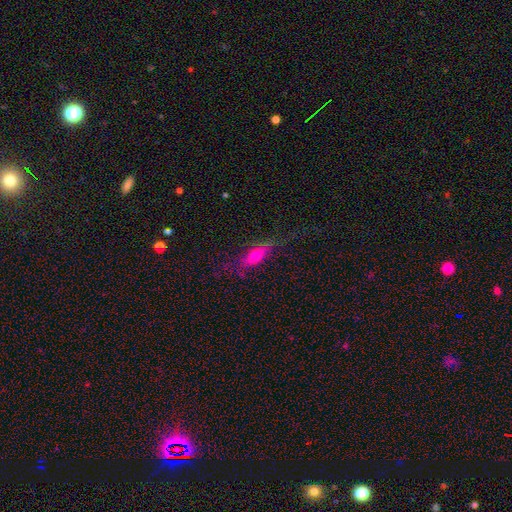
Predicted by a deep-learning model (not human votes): Smooth or featured?
  - smooth: 61% *
  - featured or disk: 30%
  - star or artifact: 9%
How rounded?
  - in between: 57% *
  - cigar-shaped: 39%
  - round: 4%
Merging?
  - none: 65% *
  - minor disturbance: 21%
  - major disturbance: 12%
  - merger: 2%